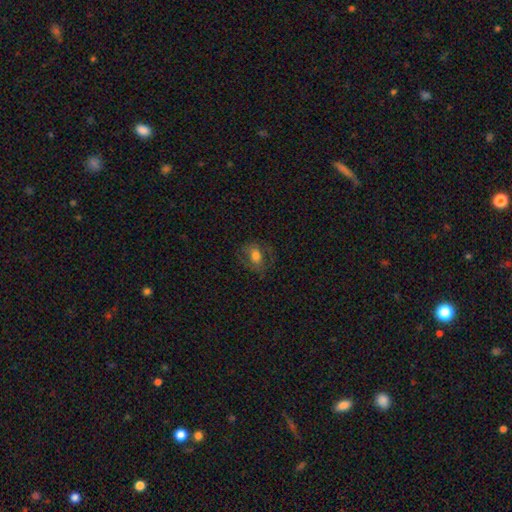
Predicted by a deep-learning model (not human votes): smooth-or-featured: smooth: 59% | featured or disk: 30% | star or artifact: 11%
  how-rounded: in between: 66% | round: 32% | cigar-shaped: 2%
  merging: none: 66% | minor disturbance: 19% | major disturbance: 14% | merger: 1%